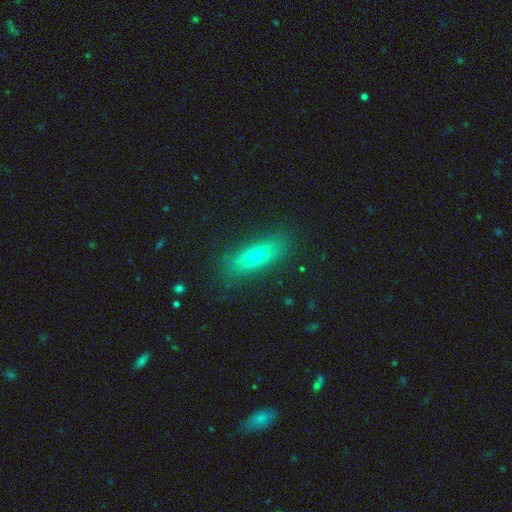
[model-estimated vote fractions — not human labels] The model was most divided on "smooth or featured": smooth: 46%, featured or disk: 44%, star or artifact: 10%. More confident: merging — none (84%).